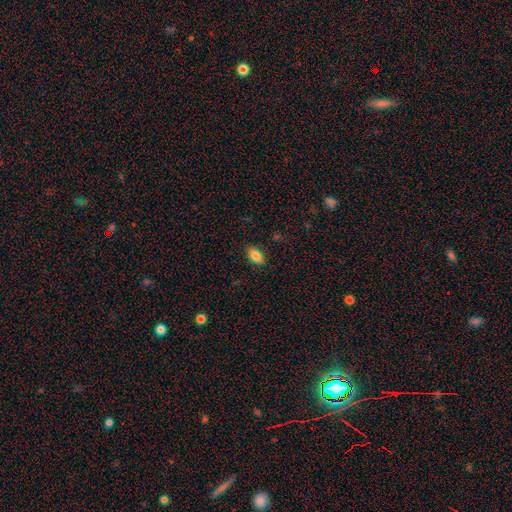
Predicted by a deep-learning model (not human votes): Smooth or featured? Predicted: smooth (p=0.85). How rounded? Predicted: in between (p=0.90). Merging? Predicted: none (p=0.87).